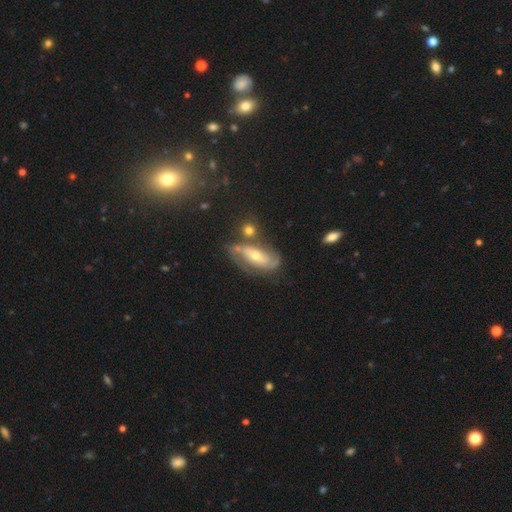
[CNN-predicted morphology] smooth_or_featured: featured or disk (p=0.74) [alt: smooth p=0.16]
disk_edge_on: no (p=0.89) [alt: yes p=0.11]
bar: no (p=0.51) [alt: weak p=0.32]
has_spiral_arms: yes (p=0.85) [alt: no p=0.15]
spiral_winding: tight (p=0.40) [alt: medium p=0.38]
spiral_arm_count: 2 (p=0.65) [alt: can't tell p=0.21]
bulge_size: moderate (p=0.53) [alt: small p=0.43]
merging: none (p=0.60) [alt: minor disturbance p=0.20]